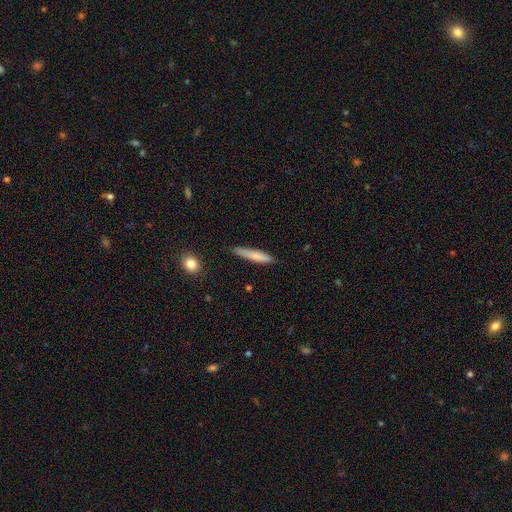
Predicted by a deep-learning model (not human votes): A smooth galaxy with no disk features (77%) that is cigar-shaped (92%).

Vote fractions:
- Smooth or featured? smooth: 77% / featured or disk: 17% / star or artifact: 6%
- How rounded? cigar-shaped: 92% / in between: 7% / round: 1%
- Merging? none: 80% / minor disturbance: 16% / major disturbance: 3% / merger: 2%